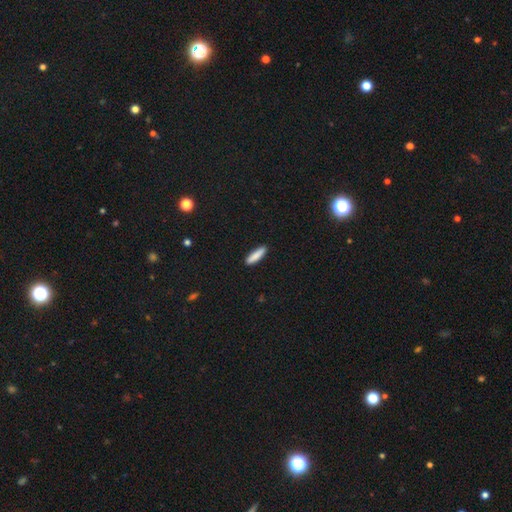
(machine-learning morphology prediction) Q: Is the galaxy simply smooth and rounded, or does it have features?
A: smooth — 87%.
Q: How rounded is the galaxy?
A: cigar-shaped — 76%.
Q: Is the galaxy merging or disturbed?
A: none — 90%.